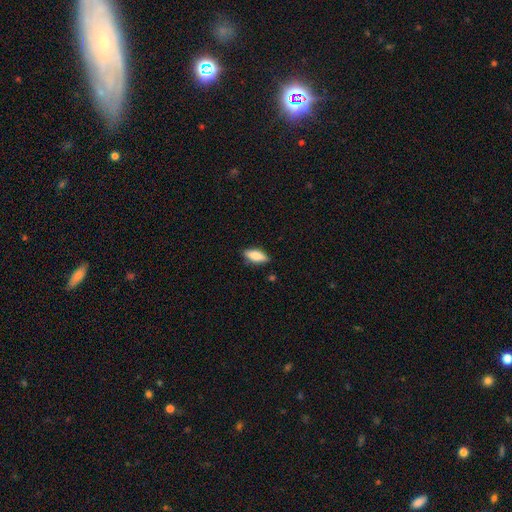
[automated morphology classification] smooth 79%, featured or disk 15%, star or artifact 7%. Down the decision tree: how rounded — in between (74%); merging — none (84%).